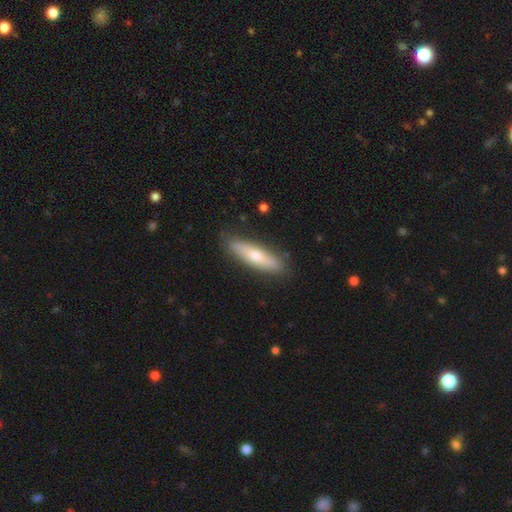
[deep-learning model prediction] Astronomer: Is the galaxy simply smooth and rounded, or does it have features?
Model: smooth — 53% (runner-up: featured or disk, 39%).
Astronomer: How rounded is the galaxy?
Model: cigar-shaped — 76%.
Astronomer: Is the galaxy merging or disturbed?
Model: none — 86%.